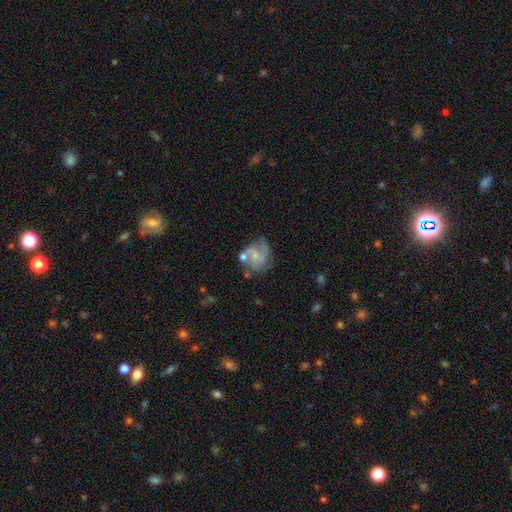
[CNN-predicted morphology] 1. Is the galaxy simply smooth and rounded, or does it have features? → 72% featured or disk, 21% smooth, 7% star or artifact.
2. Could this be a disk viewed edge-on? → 98% no, 2% yes.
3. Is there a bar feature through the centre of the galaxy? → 65% no, 30% weak, 5% strong.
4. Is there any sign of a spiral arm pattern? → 85% yes, 15% no.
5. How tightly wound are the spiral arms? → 49% medium, 28% tight, 23% loose.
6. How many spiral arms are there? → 34% 3, 32% 2, 20% can't tell, 6% 4, 4% 1, 4% more than 4.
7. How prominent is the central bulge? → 62% small, 23% moderate, 12% none, 1% large, 1% dominant.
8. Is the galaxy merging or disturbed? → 46% none, 22% minor disturbance, 18% merger, 14% major disturbance.